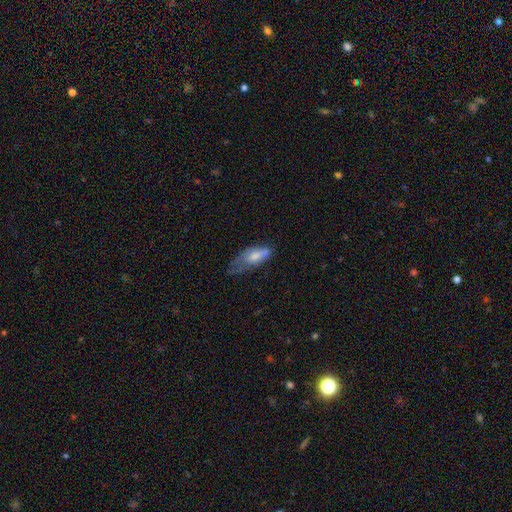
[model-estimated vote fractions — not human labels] Smooth or featured? smooth (66%)
How rounded? in between (78%)
Merging? minor disturbance (36%)